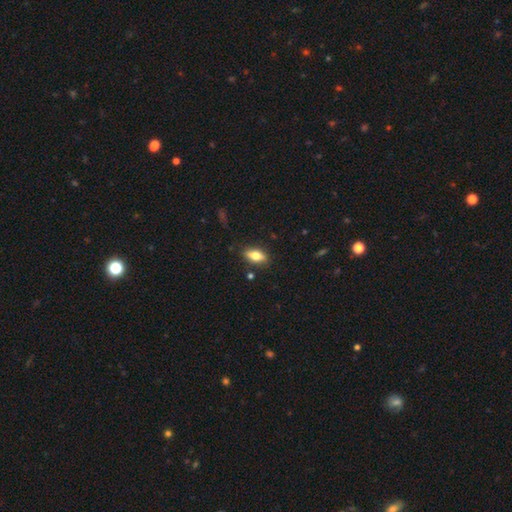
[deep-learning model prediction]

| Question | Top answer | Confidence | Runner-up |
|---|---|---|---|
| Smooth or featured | smooth | 68% | featured or disk (24%) |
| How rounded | in between | 82% | cigar-shaped (13%) |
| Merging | none | 85% | minor disturbance (11%) |